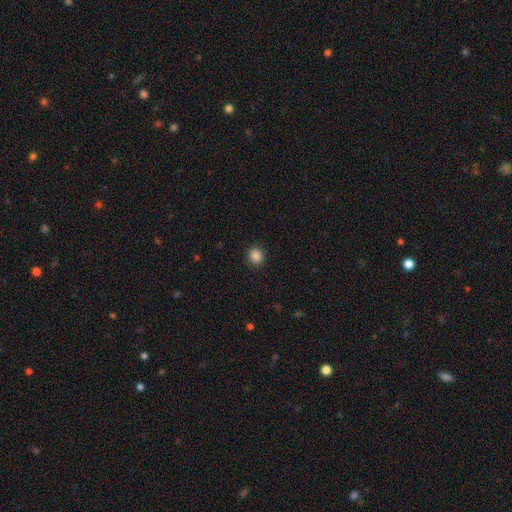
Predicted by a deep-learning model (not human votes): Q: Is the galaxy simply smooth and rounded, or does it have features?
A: smooth — 87%.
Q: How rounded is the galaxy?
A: round — 79%.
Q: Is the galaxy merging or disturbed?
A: none — 91%.